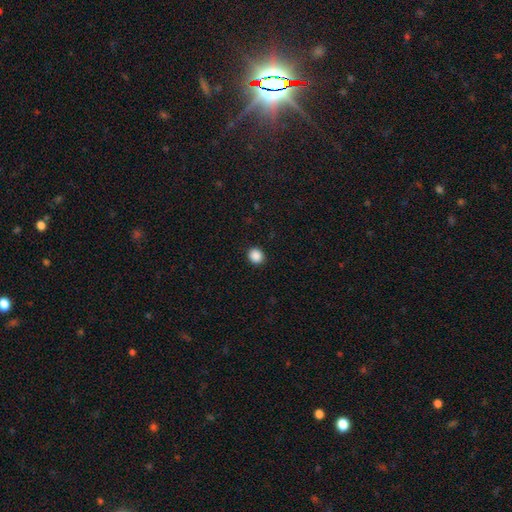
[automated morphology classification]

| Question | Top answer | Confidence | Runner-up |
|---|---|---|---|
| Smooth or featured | smooth | 88% | star or artifact (10%) |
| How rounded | round | 83% | in between (16%) |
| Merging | none | 92% | minor disturbance (5%) |